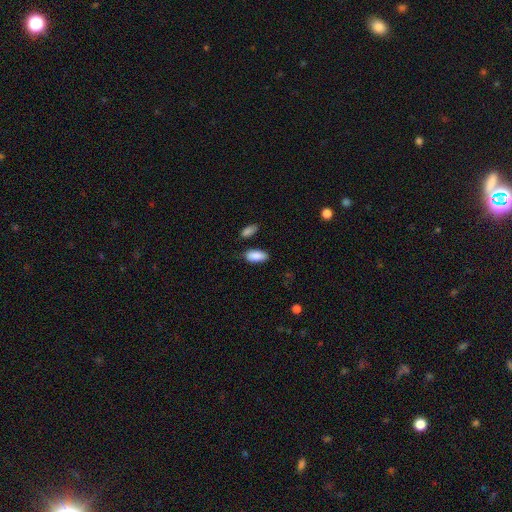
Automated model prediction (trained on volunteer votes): Smooth or featured: smooth — 89% (star or artifact — 6%)
How rounded: in between — 91% (cigar-shaped — 7%)
Merging: none — 76% (minor disturbance — 16%)